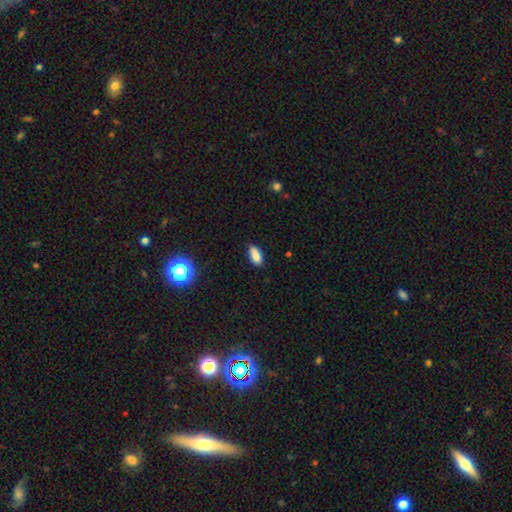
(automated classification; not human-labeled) This appears to be a smooth galaxy with no disk features (83%) that is in between round and cigar-shaped (86%). Merging: none (76%).